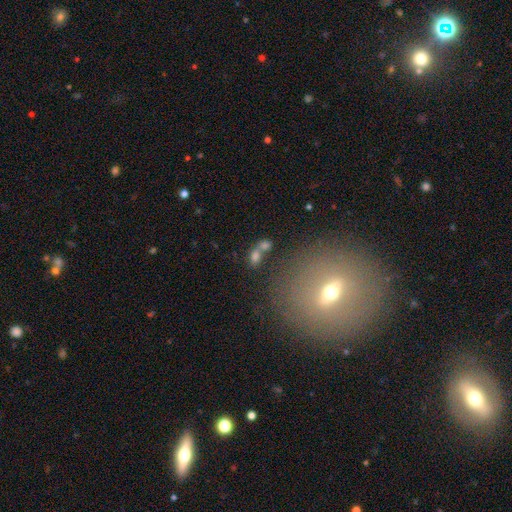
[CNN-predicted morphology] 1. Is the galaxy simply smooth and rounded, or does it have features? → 61% smooth, 20% star or artifact, 20% featured or disk.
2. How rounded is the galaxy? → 68% in between, 25% round, 6% cigar-shaped.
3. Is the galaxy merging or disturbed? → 42% merger, 38% none, 11% minor disturbance, 9% major disturbance.